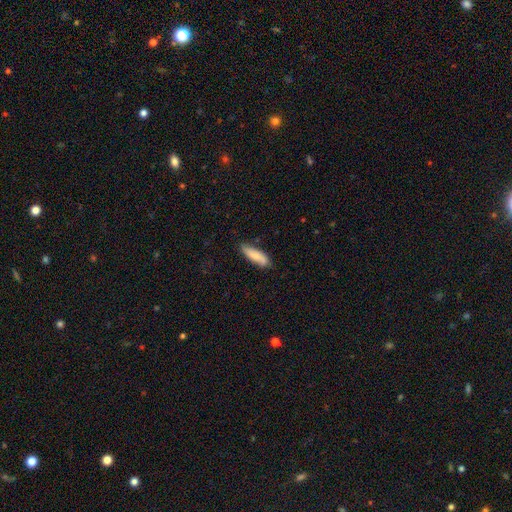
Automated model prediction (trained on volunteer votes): smooth 78%, featured or disk 17%, star or artifact 6%. Down the decision tree: how rounded — cigar-shaped (54%); merging — none (77%).